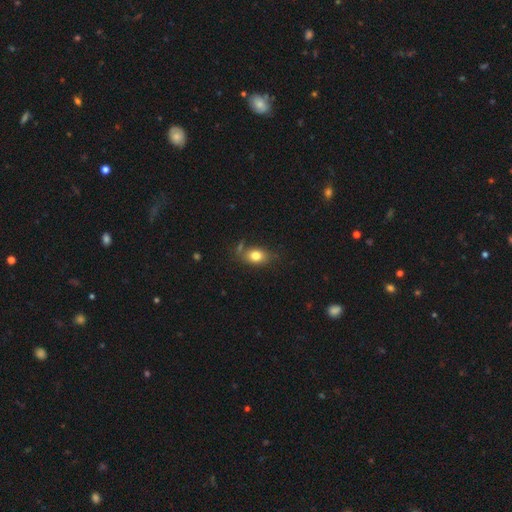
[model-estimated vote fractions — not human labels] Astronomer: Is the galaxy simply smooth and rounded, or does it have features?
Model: smooth — 79%.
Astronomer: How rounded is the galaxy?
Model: in between — 74%.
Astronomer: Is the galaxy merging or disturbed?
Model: none — 66%.